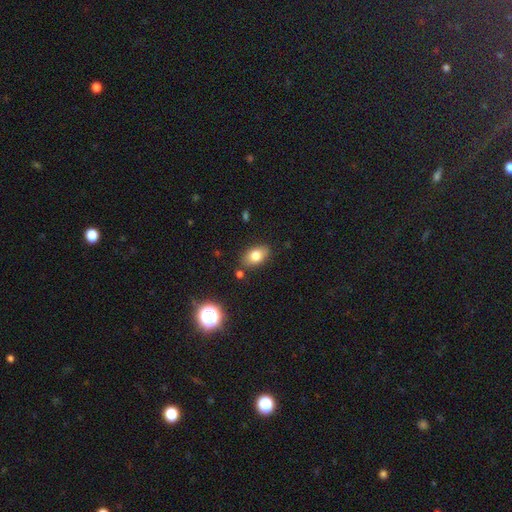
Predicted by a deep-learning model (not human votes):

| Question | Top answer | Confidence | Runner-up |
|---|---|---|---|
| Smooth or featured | smooth | 78% | featured or disk (12%) |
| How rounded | in between | 87% | round (10%) |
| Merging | none | 82% | minor disturbance (11%) |